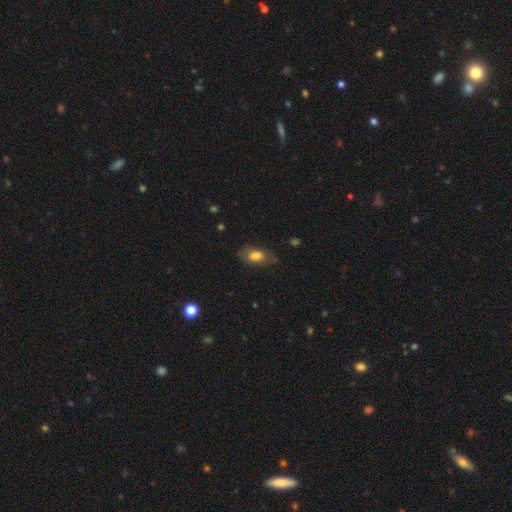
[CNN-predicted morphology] Smooth or featured? smooth (74%)
How rounded? in between (86%)
Merging? none (71%)